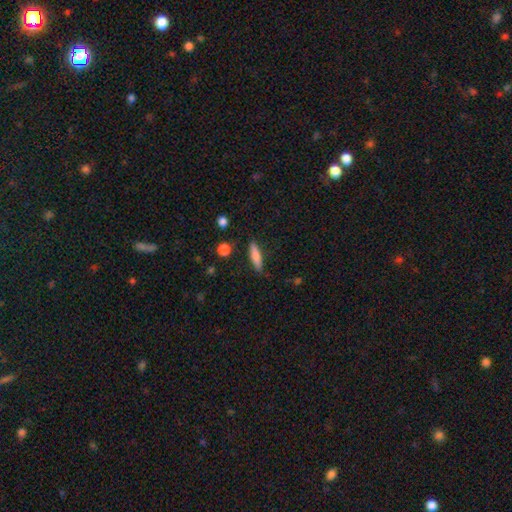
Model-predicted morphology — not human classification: Smooth or featured: smooth — 77% (featured or disk — 16%)
How rounded: cigar-shaped — 78% (in between — 20%)
Merging: none — 85% (minor disturbance — 10%)